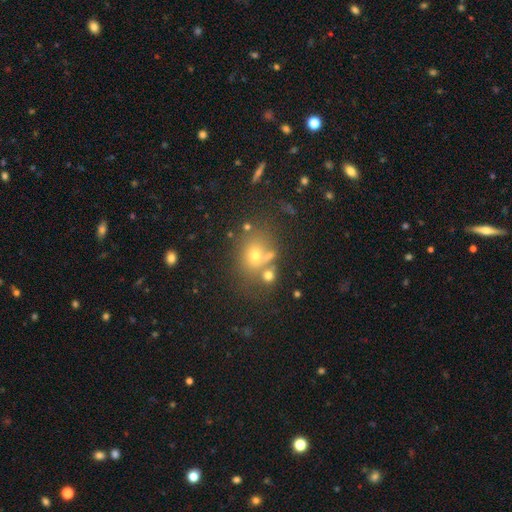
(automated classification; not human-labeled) Smooth or featured?
  - smooth: 61% *
  - star or artifact: 22%
  - featured or disk: 17%
How rounded?
  - round: 61% *
  - in between: 38%
  - cigar-shaped: 1%
Merging?
  - none: 61% *
  - merger: 20%
  - minor disturbance: 13%
  - major disturbance: 6%